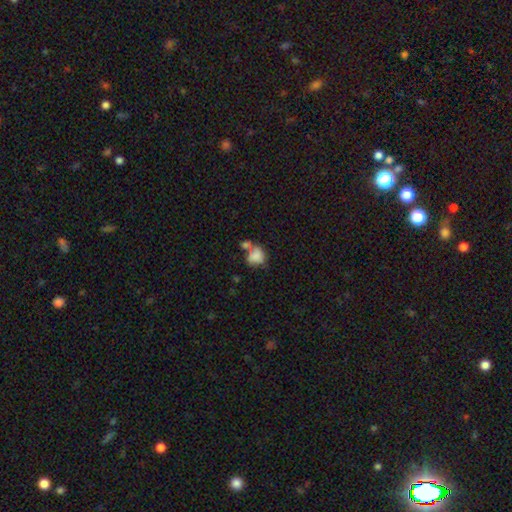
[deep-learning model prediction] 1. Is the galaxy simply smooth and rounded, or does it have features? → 75% smooth, 16% featured or disk, 9% star or artifact.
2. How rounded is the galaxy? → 52% round, 46% in between, 1% cigar-shaped.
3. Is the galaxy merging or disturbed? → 45% merger, 27% none, 16% minor disturbance, 11% major disturbance.